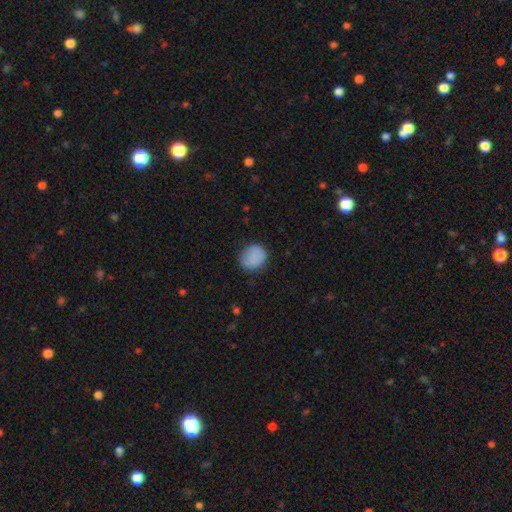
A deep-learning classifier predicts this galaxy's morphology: smooth_or_featured: smooth (p=0.86) [alt: star or artifact p=0.08]
how_rounded: round (p=0.82) [alt: in between p=0.17]
merging: none (p=0.79) [alt: minor disturbance p=0.16]